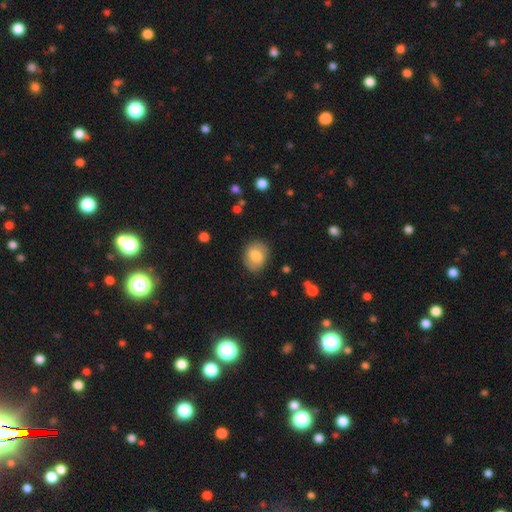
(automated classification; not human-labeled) smooth_or_featured: smooth (p=0.73) [alt: featured or disk p=0.20]
how_rounded: round (p=0.53) [alt: in between p=0.46]
merging: none (p=0.82) [alt: minor disturbance p=0.13]